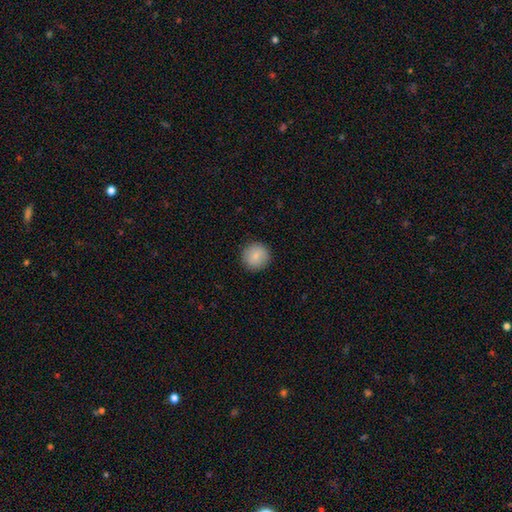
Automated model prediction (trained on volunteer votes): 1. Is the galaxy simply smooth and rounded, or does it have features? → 83% smooth, 9% featured or disk, 8% star or artifact.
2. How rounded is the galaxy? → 95% round, 4% in between, 1% cigar-shaped.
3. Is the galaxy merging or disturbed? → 91% none, 6% minor disturbance, 2% major disturbance, 1% merger.